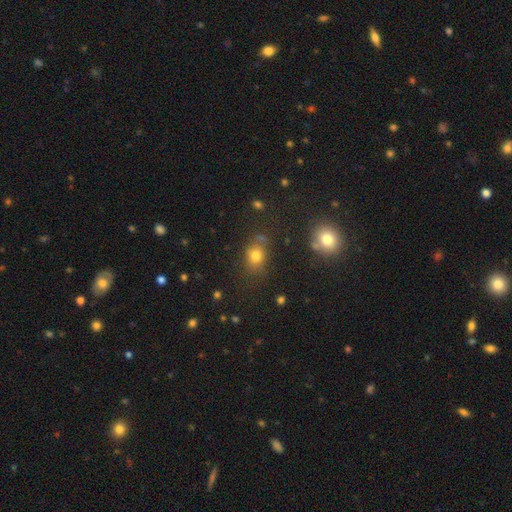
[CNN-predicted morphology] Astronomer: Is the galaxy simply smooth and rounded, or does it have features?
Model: smooth — 74%.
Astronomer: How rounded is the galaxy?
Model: round — 50% (runner-up: in between, 49%).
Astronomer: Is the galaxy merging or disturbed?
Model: none — 70%.